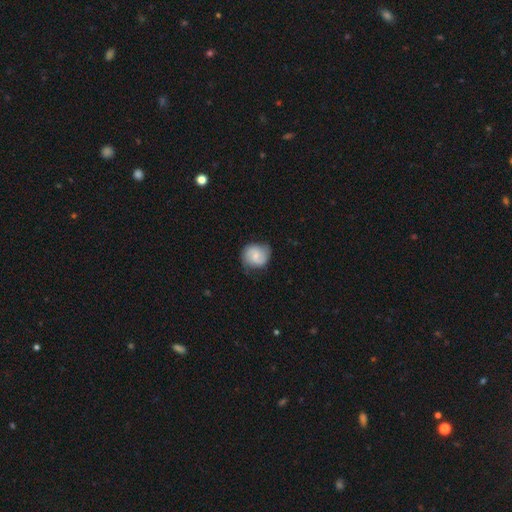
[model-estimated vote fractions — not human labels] smooth 48%, featured or disk 45%, star or artifact 7%. Down the decision tree: merging — none (68%).